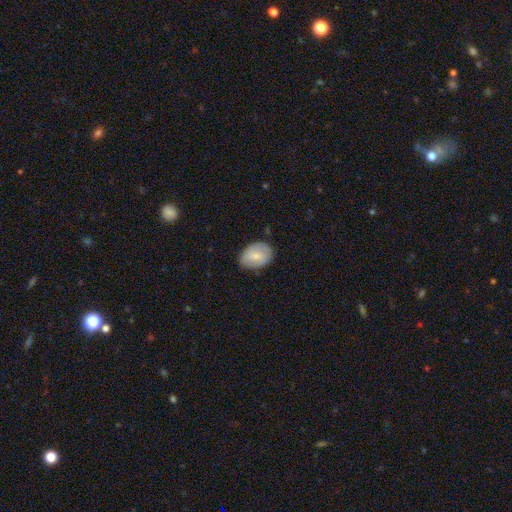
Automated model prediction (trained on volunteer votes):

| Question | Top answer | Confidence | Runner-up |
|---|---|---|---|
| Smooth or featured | smooth | 72% | featured or disk (22%) |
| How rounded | in between | 79% | round (20%) |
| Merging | none | 78% | minor disturbance (17%) |